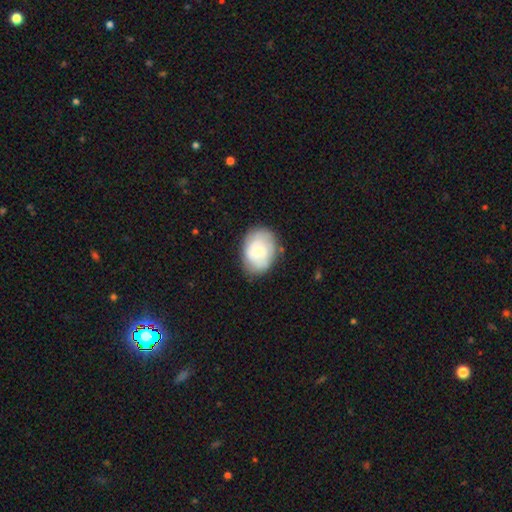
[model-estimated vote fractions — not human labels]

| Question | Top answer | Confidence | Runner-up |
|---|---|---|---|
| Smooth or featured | smooth | 60% | featured or disk (31%) |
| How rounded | in between | 68% | round (31%) |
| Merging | none | 75% | minor disturbance (19%) |